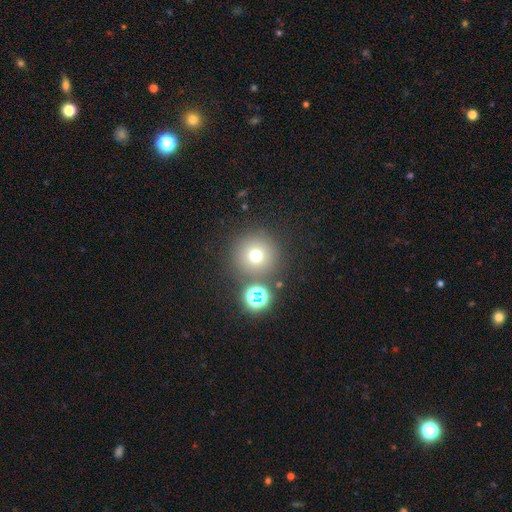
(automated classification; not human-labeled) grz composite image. It shows a smooth galaxy with no disk features (69%) that is round (96%). Merging: none (81%).